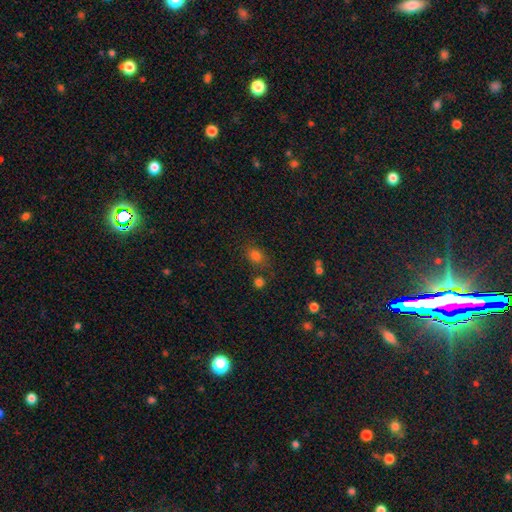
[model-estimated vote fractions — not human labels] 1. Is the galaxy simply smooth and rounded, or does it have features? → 73% smooth, 20% star or artifact, 7% featured or disk.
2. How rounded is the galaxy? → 51% in between, 48% round, 2% cigar-shaped.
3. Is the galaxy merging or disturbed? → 71% none, 15% minor disturbance, 8% merger, 5% major disturbance.